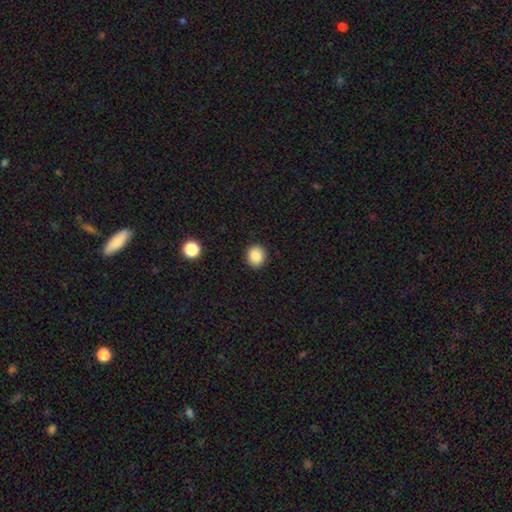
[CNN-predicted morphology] A smooth galaxy with no disk features (86%) that is round (84%). Merging: none (91%).